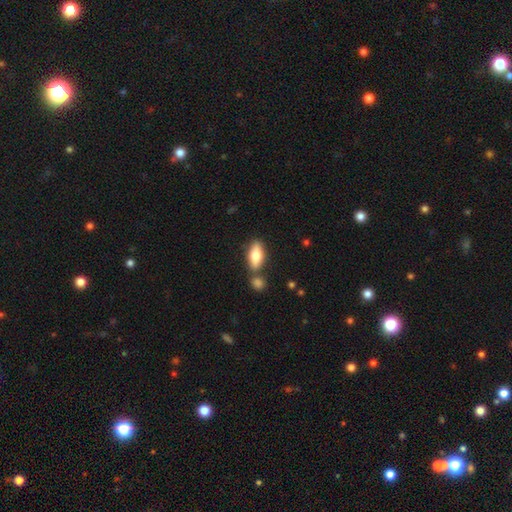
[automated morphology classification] Smooth or featured? smooth (73%)
How rounded? in between (80%)
Merging? none (68%)